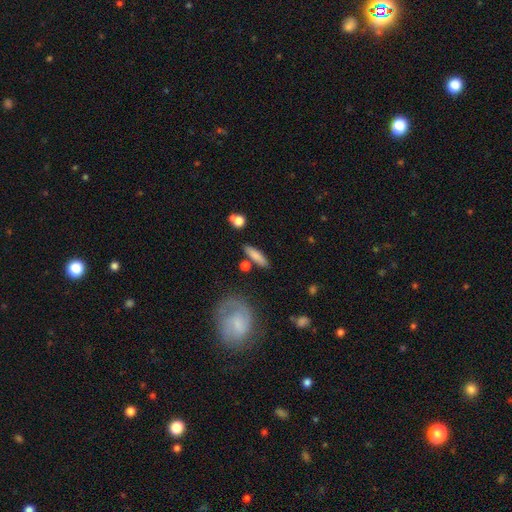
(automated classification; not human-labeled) Q: Smooth or featured?
A: smooth (77%); runner-up: featured or disk (16%)
Q: How rounded?
A: cigar-shaped (68%); runner-up: in between (29%)
Q: Merging?
A: none (77%); runner-up: minor disturbance (12%)